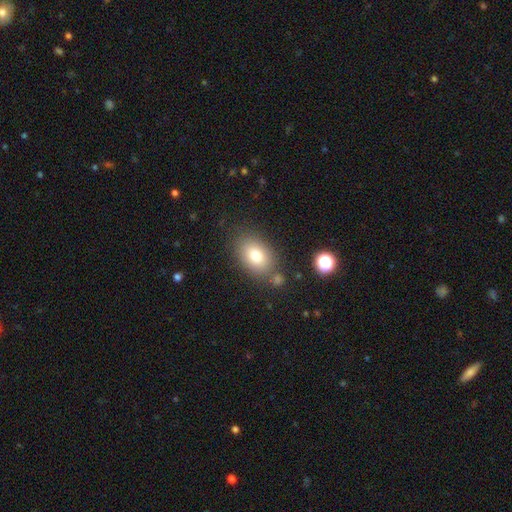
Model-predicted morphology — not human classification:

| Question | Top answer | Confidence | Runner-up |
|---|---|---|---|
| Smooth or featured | smooth | 79% | featured or disk (11%) |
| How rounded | in between | 81% | round (17%) |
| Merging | none | 76% | minor disturbance (13%) |